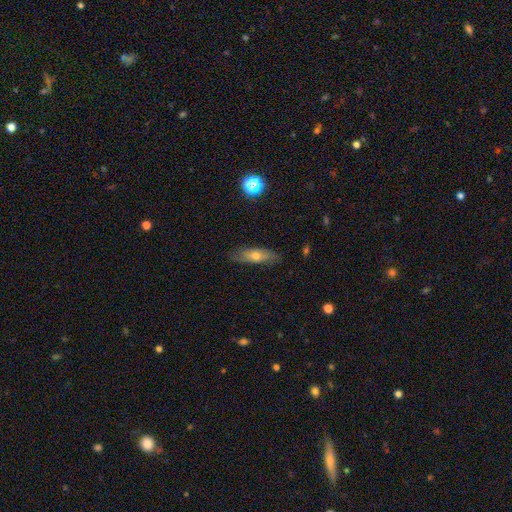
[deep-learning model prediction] Smooth or featured: smooth — 57% (featured or disk — 35%)
How rounded: in between — 50% (cigar-shaped — 47%)
Merging: none — 82% (minor disturbance — 14%)